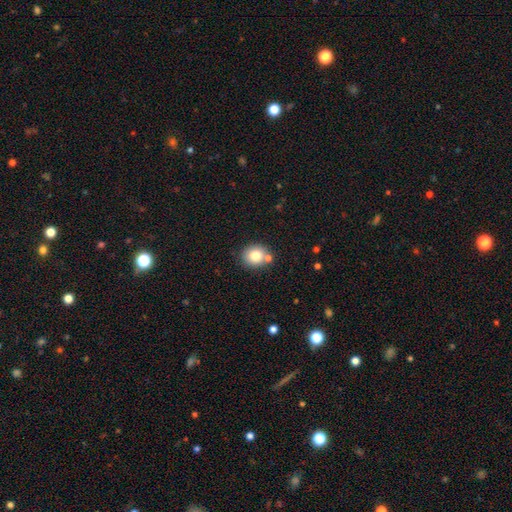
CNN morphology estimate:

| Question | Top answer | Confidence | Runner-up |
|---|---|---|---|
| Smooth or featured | smooth | 79% | featured or disk (11%) |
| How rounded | round | 77% | in between (22%) |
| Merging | none | 71% | merger (16%) |